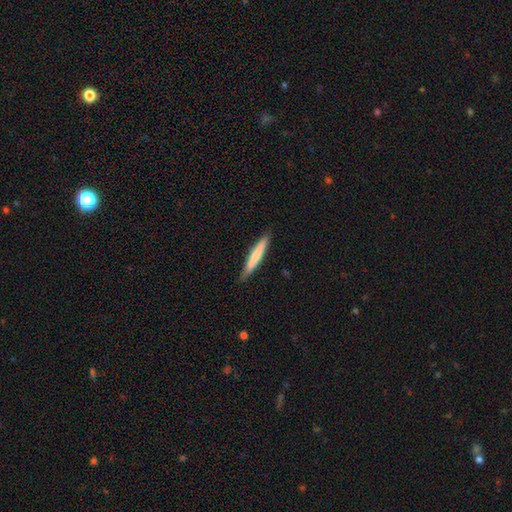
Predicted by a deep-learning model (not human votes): smooth 66%, featured or disk 29%, star or artifact 5%. Down the decision tree: how rounded — cigar-shaped (95%); merging — none (89%).